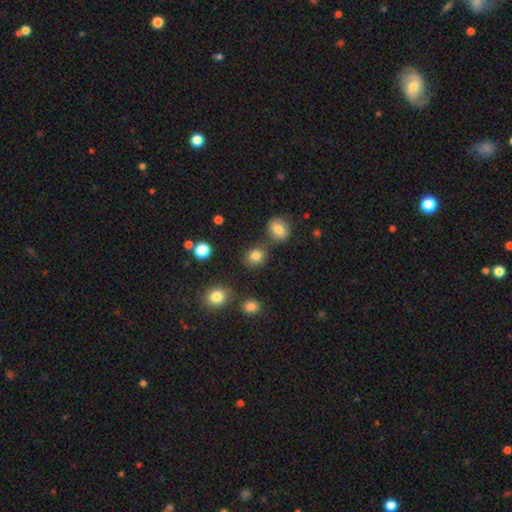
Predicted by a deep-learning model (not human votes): smooth_or_featured: smooth (p=0.82) [alt: star or artifact p=0.12]
how_rounded: round (p=0.77) [alt: in between p=0.22]
merging: none (p=0.77) [alt: minor disturbance p=0.10]